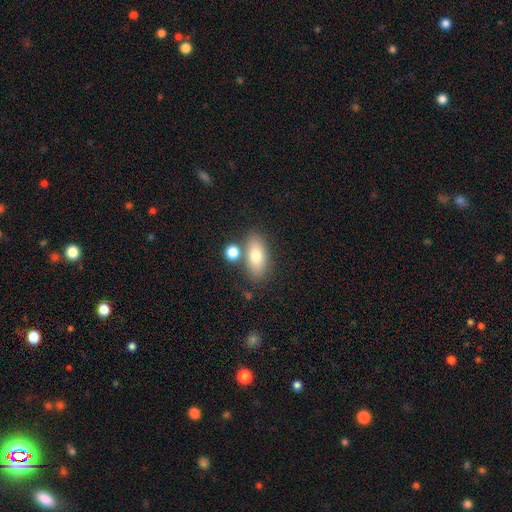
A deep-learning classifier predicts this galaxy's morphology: smooth-or-featured: smooth: 75% | featured or disk: 17% | star or artifact: 8%
  how-rounded: in between: 84% | cigar-shaped: 10% | round: 6%
  merging: none: 69% | merger: 16% | minor disturbance: 12% | major disturbance: 4%